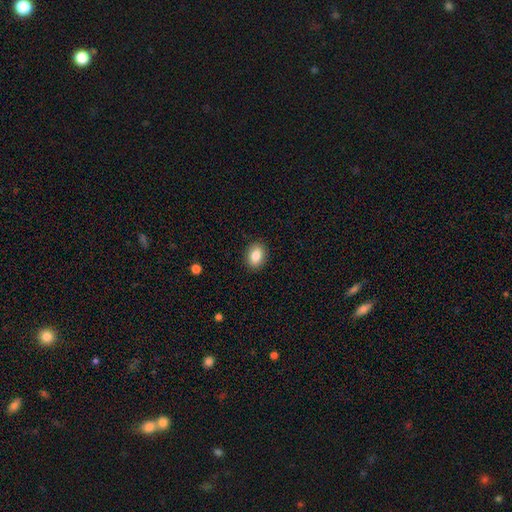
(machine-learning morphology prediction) Overall: smooth (84%). How rounded: in between (75%). Merging: none (90%).